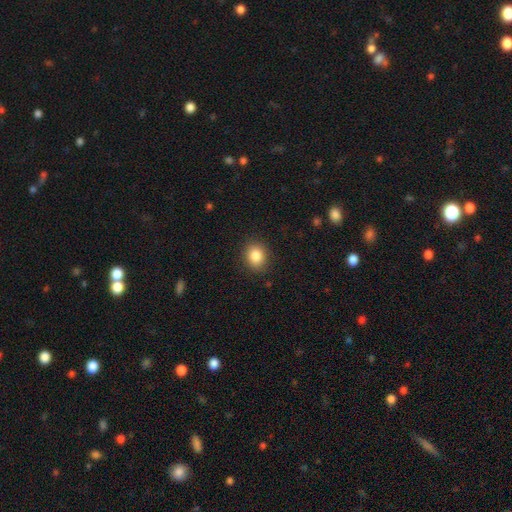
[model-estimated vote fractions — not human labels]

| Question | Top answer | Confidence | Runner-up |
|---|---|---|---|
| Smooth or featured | smooth | 85% | star or artifact (9%) |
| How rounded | round | 61% | in between (38%) |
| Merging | none | 88% | minor disturbance (9%) |